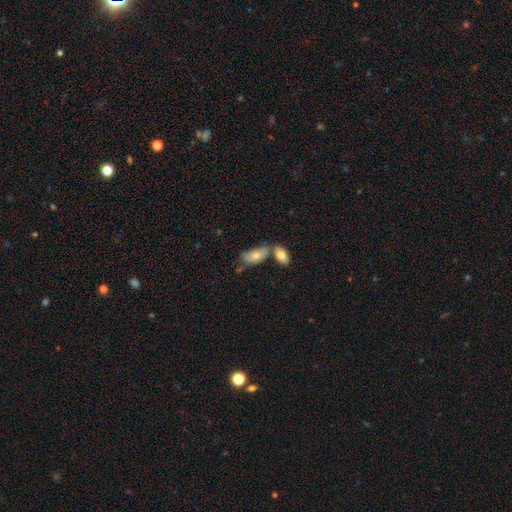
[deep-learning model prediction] Smooth or featured? Predicted: smooth (p=0.75). How rounded? Predicted: in between (p=0.90). Merging? Predicted: merger (p=0.41).